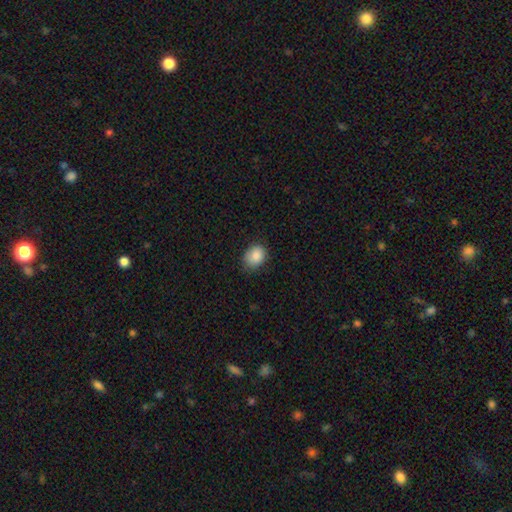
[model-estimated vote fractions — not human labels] smooth-or-featured: smooth: 88% | star or artifact: 8% | featured or disk: 5%
  how-rounded: in between: 60% | round: 39% | cigar-shaped: 1%
  merging: none: 77% | minor disturbance: 18% | major disturbance: 3% | merger: 1%